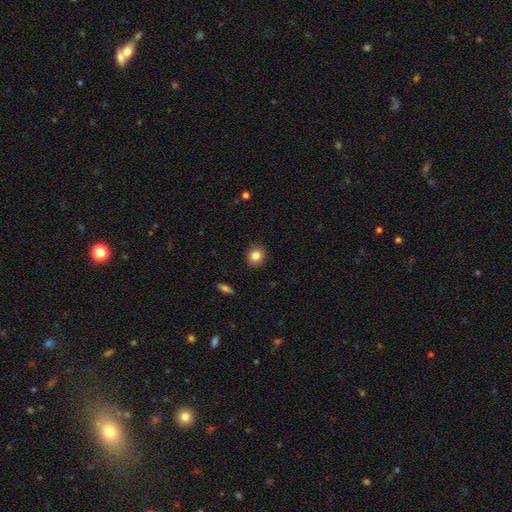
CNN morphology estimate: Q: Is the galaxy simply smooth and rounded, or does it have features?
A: smooth — 84%.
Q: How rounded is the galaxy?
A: round — 79%.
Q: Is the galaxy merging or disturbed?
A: none — 90%.